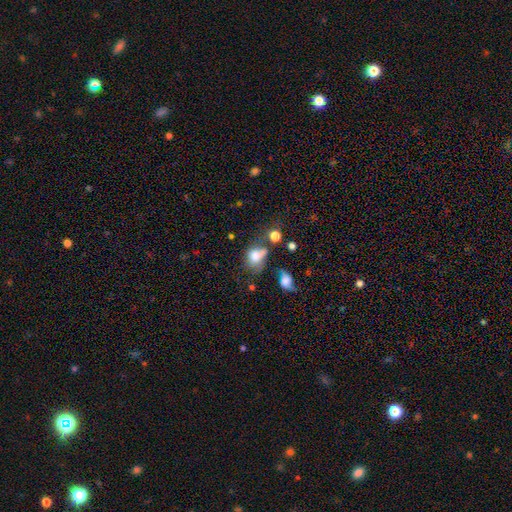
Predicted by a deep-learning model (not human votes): Smooth or featured?
  - smooth: 70% *
  - featured or disk: 17%
  - star or artifact: 13%
How rounded?
  - in between: 56% *
  - round: 42%
  - cigar-shaped: 1%
Merging?
  - none: 28% *
  - merger: 26%
  - major disturbance: 24%
  - minor disturbance: 22%